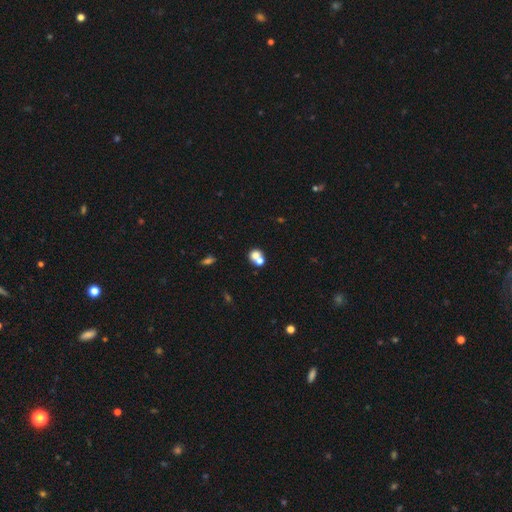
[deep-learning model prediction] A smooth galaxy with no disk features (68%) that is round (71%).

Vote fractions:
- Smooth or featured? smooth: 68% / featured or disk: 18% / star or artifact: 15%
- How rounded? round: 71% / in between: 28% / cigar-shaped: 1%
- Merging? merger: 53% / none: 36% / minor disturbance: 7% / major disturbance: 4%